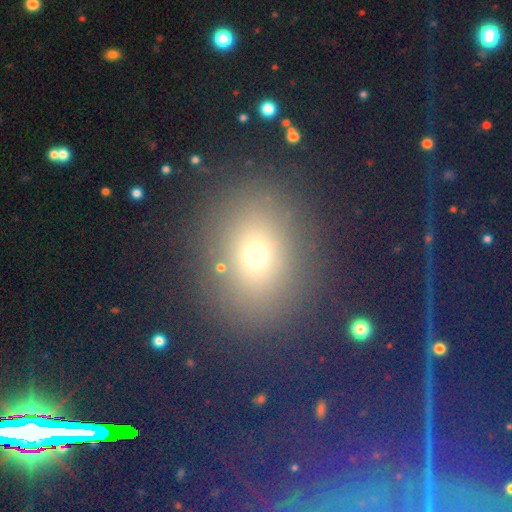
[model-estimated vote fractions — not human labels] Smooth or featured?
  - smooth: 62% *
  - star or artifact: 28%
  - featured or disk: 10%
How rounded?
  - round: 64% *
  - in between: 34%
  - cigar-shaped: 2%
Merging?
  - none: 84% *
  - minor disturbance: 9%
  - major disturbance: 5%
  - merger: 3%